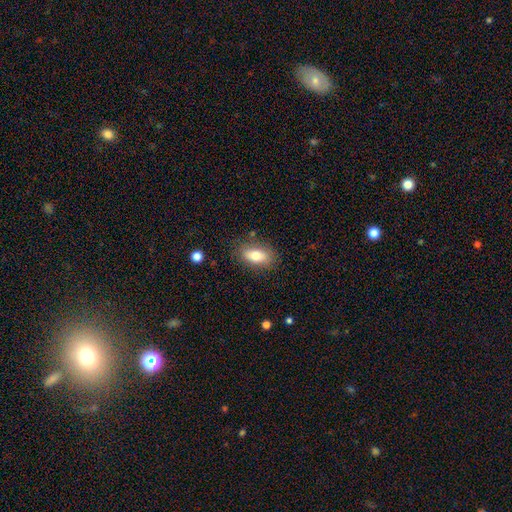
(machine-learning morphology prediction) A smooth galaxy with no disk features (75%) that is in between round and cigar-shaped (85%). Merging: none (81%).